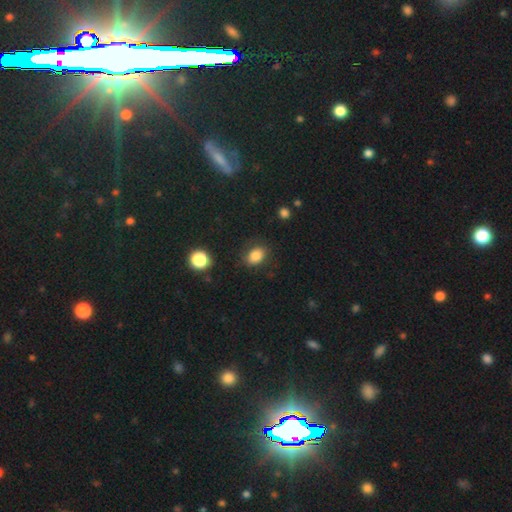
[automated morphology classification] This appears to be a smooth galaxy with no disk features (83%) that is in between round and cigar-shaped (70%). Merging: none (78%).